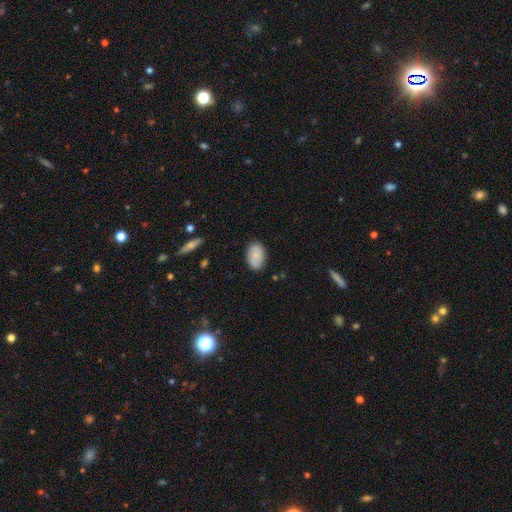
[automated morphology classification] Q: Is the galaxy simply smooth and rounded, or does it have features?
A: smooth — 65%.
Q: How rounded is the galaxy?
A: in between — 89%.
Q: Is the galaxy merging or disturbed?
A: none — 82%.